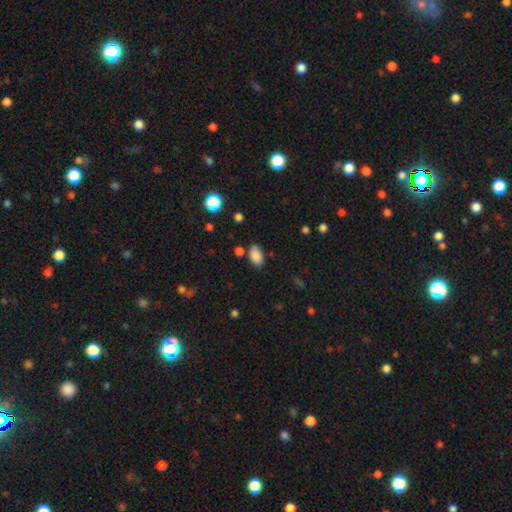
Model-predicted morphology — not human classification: Smooth or featured: smooth — 86% (star or artifact — 9%)
How rounded: in between — 91% (round — 7%)
Merging: none — 77% (minor disturbance — 15%)